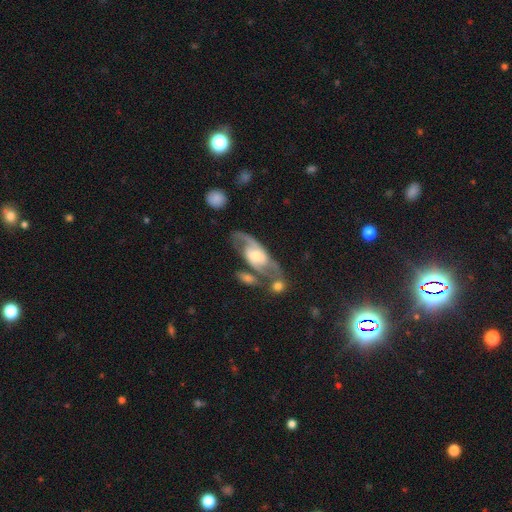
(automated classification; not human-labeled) featured or disk 78%, smooth 16%, star or artifact 6%. Down the decision tree: edge-on disk — no (90%); bar — no (52%); spiral arms — yes (88%); spiral arm count — 2 (79%); spiral winding — medium (47%); bulge size — moderate (50%); merging — none (46%).